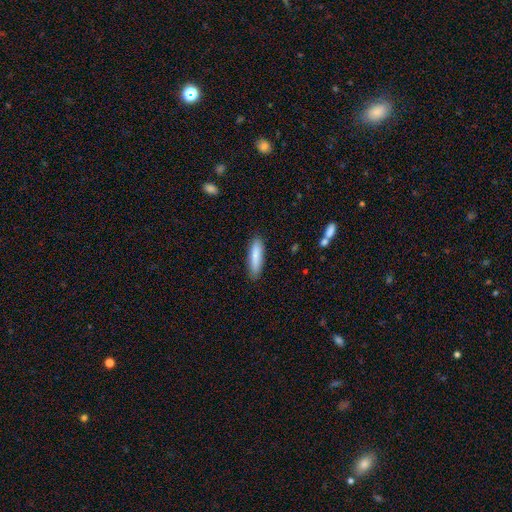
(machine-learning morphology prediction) Overall: smooth (85%). How rounded: cigar-shaped (71%). Merging: none (87%).